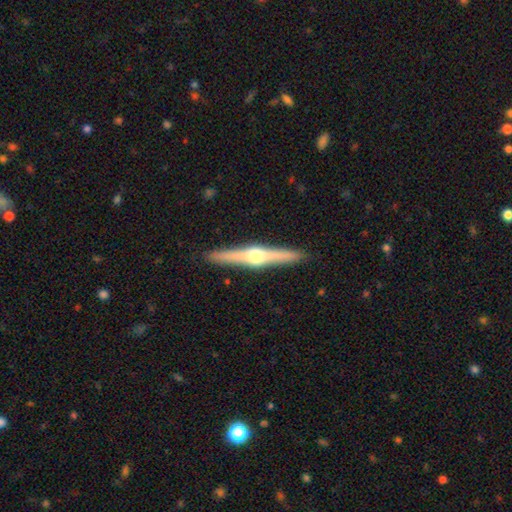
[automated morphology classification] Q: Smooth or featured?
A: featured or disk (79%); runner-up: smooth (17%)
Q: Edge-on disk?
A: yes (98%); runner-up: no (2%)
Q: Edge-on bulge?
A: rounded (94%); runner-up: boxy (4%)
Q: Merging?
A: none (92%); runner-up: minor disturbance (6%)